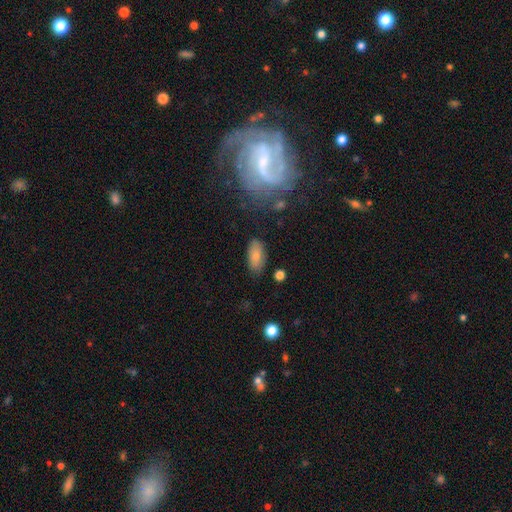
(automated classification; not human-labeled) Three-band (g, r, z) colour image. It shows a smooth galaxy with no disk features (81%) that is in between round and cigar-shaped (91%). Merging: none (79%).